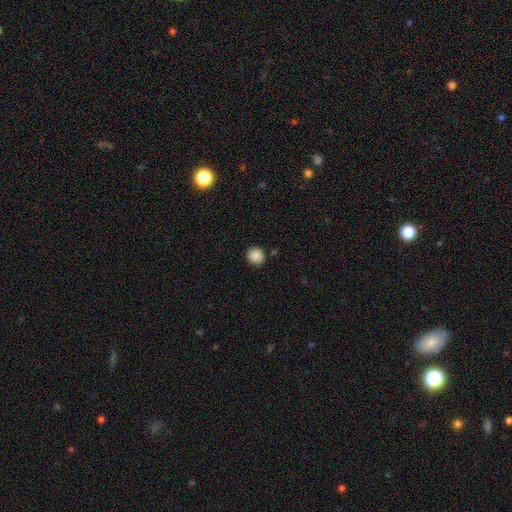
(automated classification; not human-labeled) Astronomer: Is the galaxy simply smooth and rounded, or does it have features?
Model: smooth — 88%.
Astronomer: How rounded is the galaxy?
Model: round — 89%.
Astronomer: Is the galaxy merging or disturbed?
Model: none — 88%.